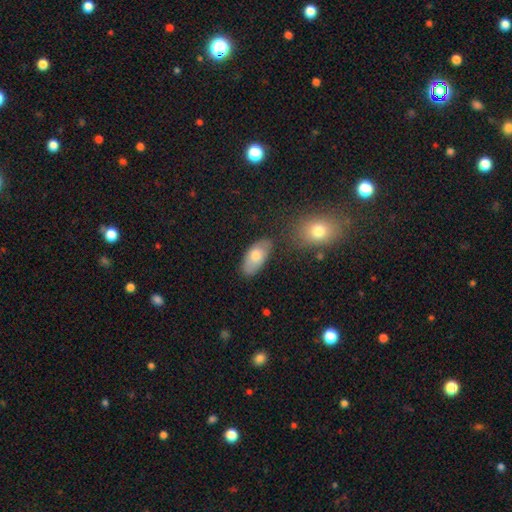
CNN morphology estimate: Q: Smooth or featured?
A: smooth (74%); runner-up: featured or disk (20%)
Q: How rounded?
A: in between (92%); runner-up: cigar-shaped (4%)
Q: Merging?
A: none (74%); runner-up: minor disturbance (16%)